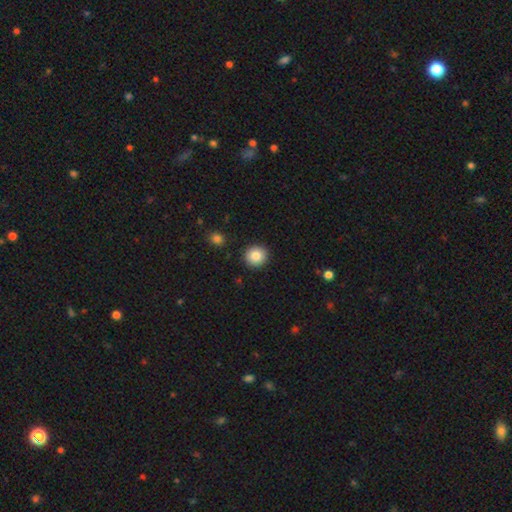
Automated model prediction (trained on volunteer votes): A smooth galaxy with no disk features (85%) that is round (92%). Merging: none (91%).